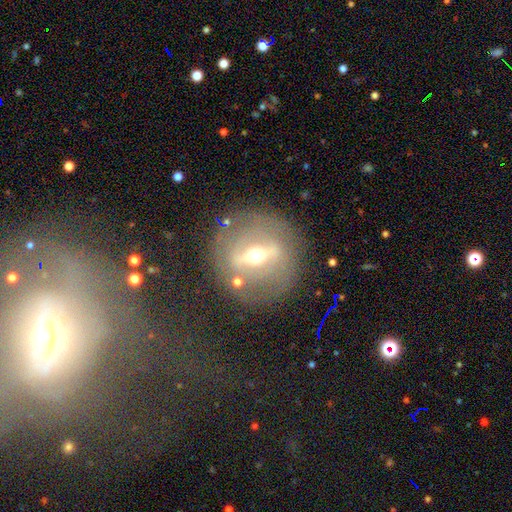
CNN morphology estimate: Smooth or featured? Predicted: featured or disk (p=0.76). Edge-on disk? Predicted: no (p=0.79). Bar? Predicted: strong (p=0.65). Spiral arms? Predicted: no (p=0.62). Bulge size? Predicted: moderate (p=0.58). Merging? Predicted: none (p=0.78).